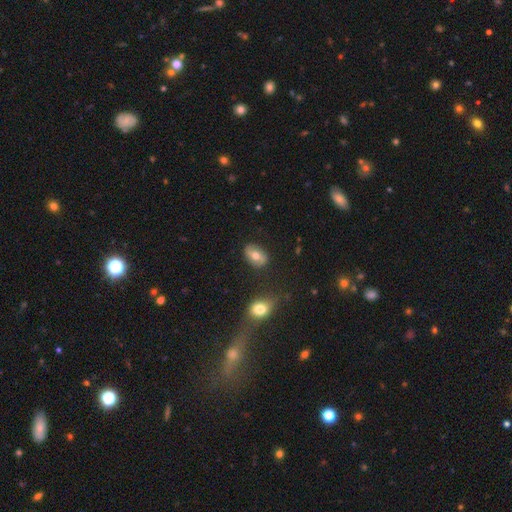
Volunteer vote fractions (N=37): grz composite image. It shows a featured or disk galaxy (49%) with no bar (44%), 2 (80%) medium (50%) spiral arms (62%) and a moderate central bulge (81%). Merging: none (94%).